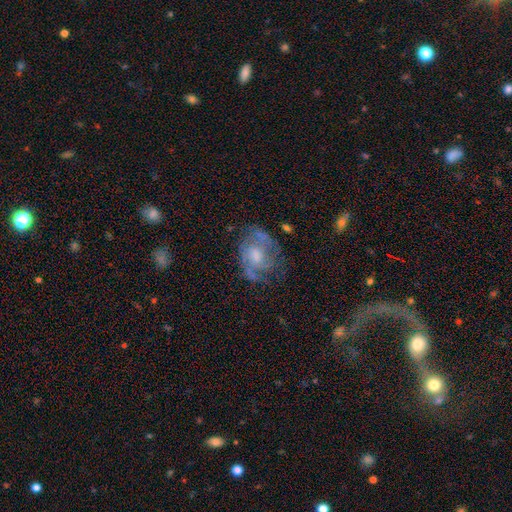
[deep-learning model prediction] Smooth or featured? Predicted: featured or disk (p=0.71). Edge-on disk? Predicted: no (p=0.97). Bar? Predicted: no (p=0.64). Spiral arms? Predicted: yes (p=0.78). Spiral winding? Predicted: medium (p=0.44). Spiral arm count? Predicted: 2 (p=0.37). Bulge size? Predicted: moderate (p=0.48). Merging? Predicted: none (p=0.58).